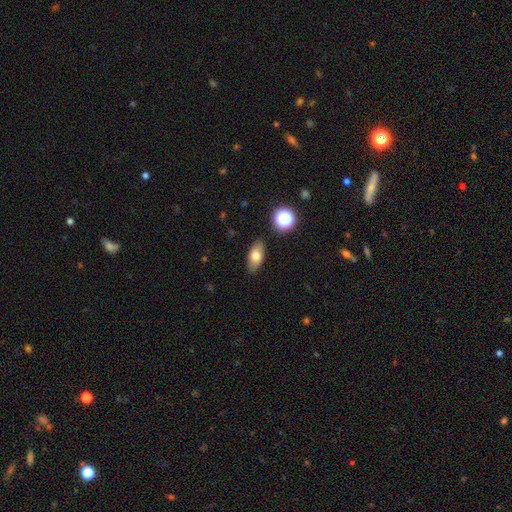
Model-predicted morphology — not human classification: smooth_or_featured: smooth (p=0.73) [alt: featured or disk p=0.18]
how_rounded: in between (p=0.84) [alt: cigar-shaped p=0.08]
merging: none (p=0.86) [alt: minor disturbance p=0.10]